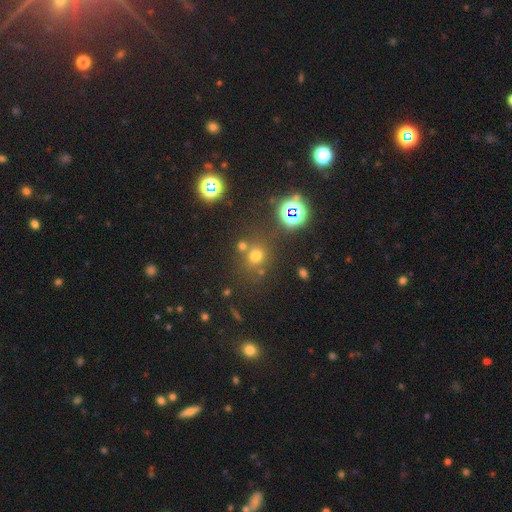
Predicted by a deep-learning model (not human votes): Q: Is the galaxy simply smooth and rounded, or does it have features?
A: smooth — 62%.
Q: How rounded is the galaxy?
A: round — 84%.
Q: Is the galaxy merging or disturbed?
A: none — 71%.